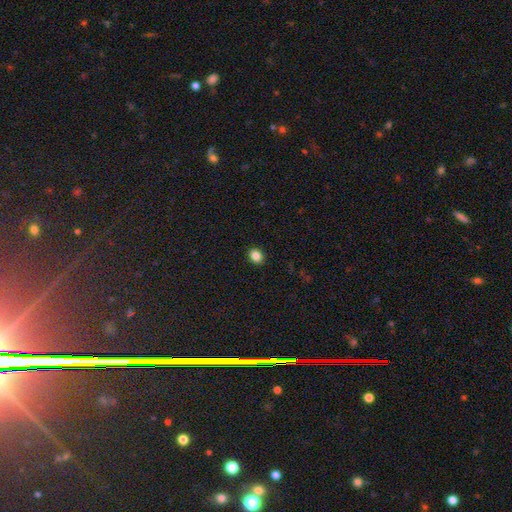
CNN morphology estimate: smooth_or_featured: smooth (p=0.85) [alt: star or artifact p=0.10]
how_rounded: in between (p=0.52) [alt: round p=0.47]
merging: none (p=0.91) [alt: minor disturbance p=0.06]